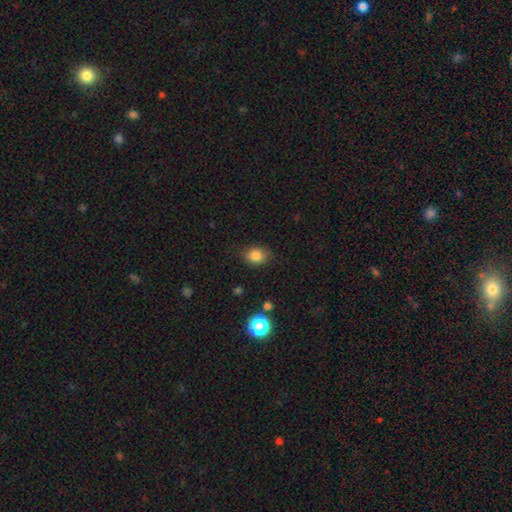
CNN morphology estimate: Overall: smooth (83%). How rounded: round (52%; in between 47%). Merging: none (81%).